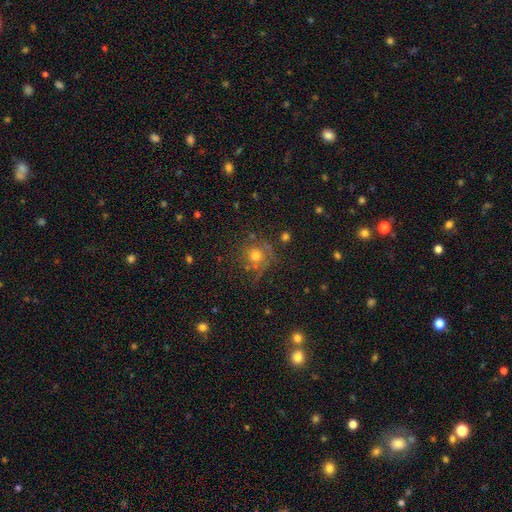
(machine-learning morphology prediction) This appears to be a smooth galaxy with no disk features (60%) that is round (88%). Merging: none (67%).